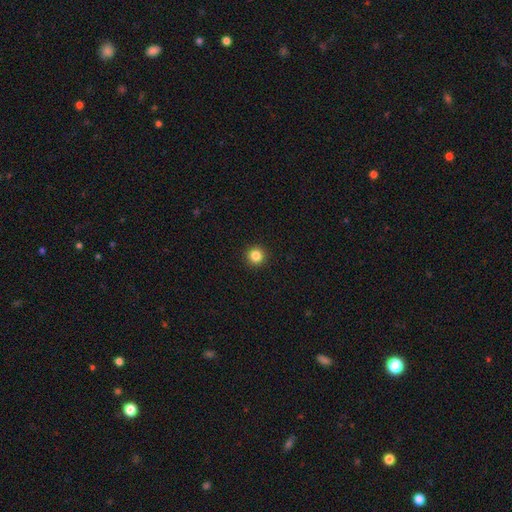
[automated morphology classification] type=smooth (84%); roundness=round (96%); merging=none (93%).